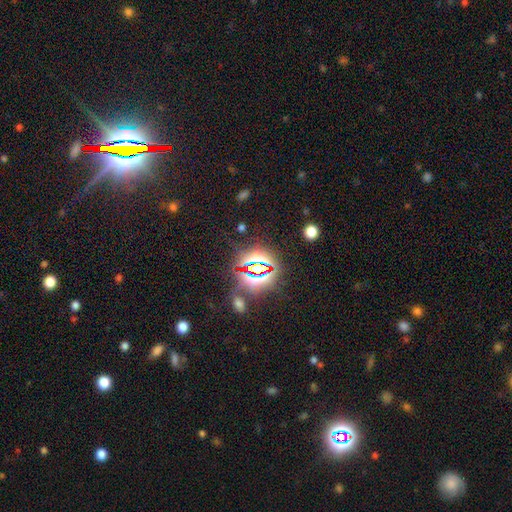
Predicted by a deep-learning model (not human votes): smooth-or-featured: star or artifact: 83% | smooth: 10% | featured or disk: 8%